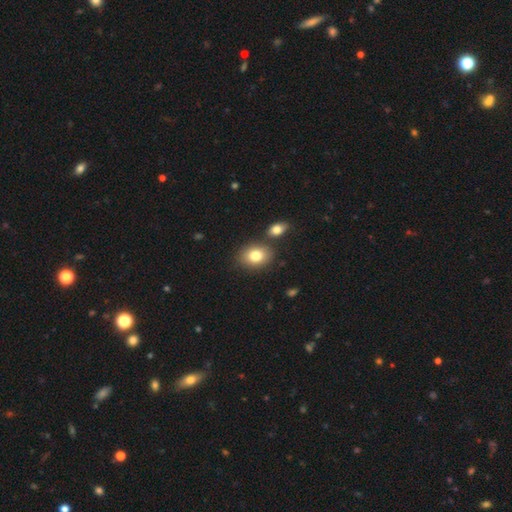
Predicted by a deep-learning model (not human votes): Smooth or featured? smooth (80%)
How rounded? in between (64%)
Merging? none (73%)